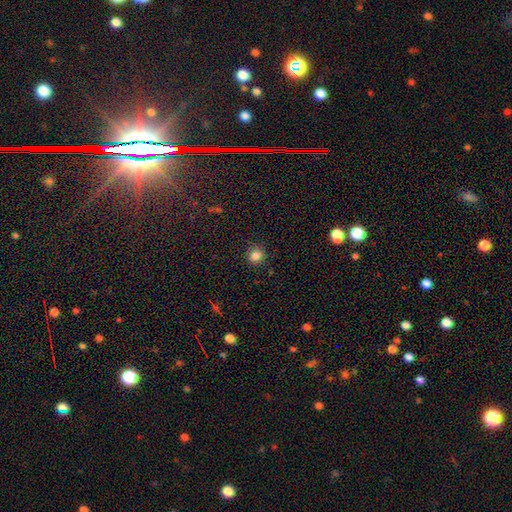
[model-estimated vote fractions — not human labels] The model was most divided on "smooth or featured": smooth: 83%, star or artifact: 12%, featured or disk: 5%. More confident: how rounded — round (89%); merging — none (85%).